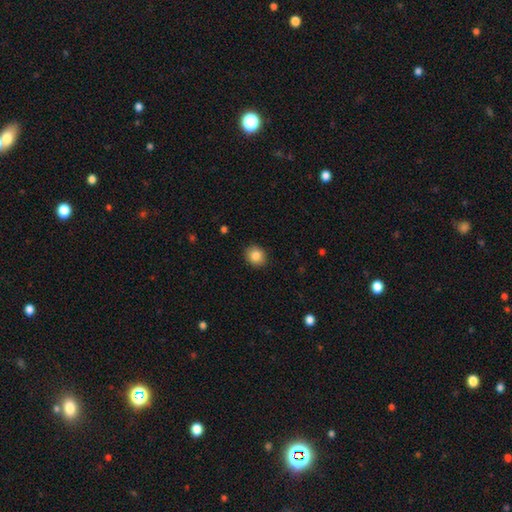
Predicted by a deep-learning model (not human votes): Smooth or featured? smooth (85%)
How rounded? round (75%)
Merging? none (90%)